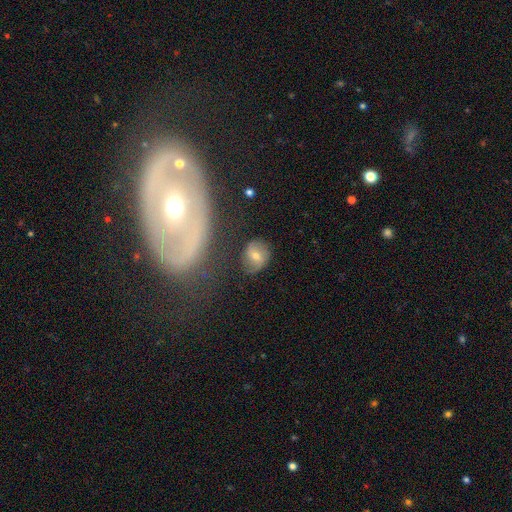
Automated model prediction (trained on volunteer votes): This appears to be a smooth galaxy with no disk features (48%). Merging: none (74%).